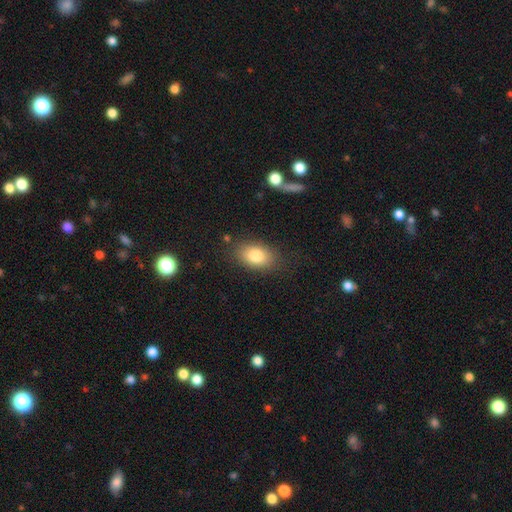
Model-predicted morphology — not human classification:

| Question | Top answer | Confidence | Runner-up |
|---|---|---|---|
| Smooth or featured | smooth | 82% | featured or disk (10%) |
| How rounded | in between | 85% | round (14%) |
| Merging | none | 82% | minor disturbance (12%) |